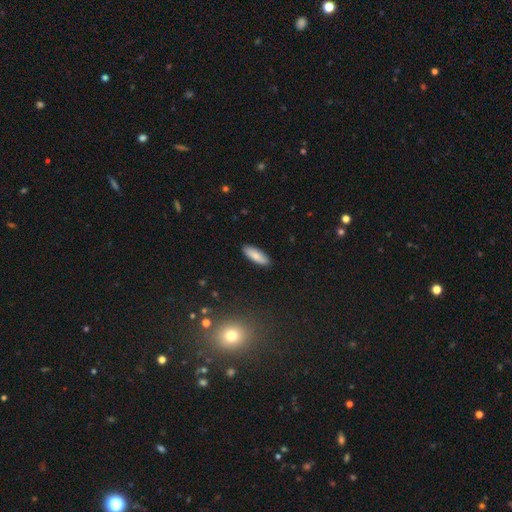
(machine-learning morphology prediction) Smooth or featured: smooth — 81% (featured or disk — 12%)
How rounded: in between — 61% (cigar-shaped — 37%)
Merging: none — 90% (minor disturbance — 8%)